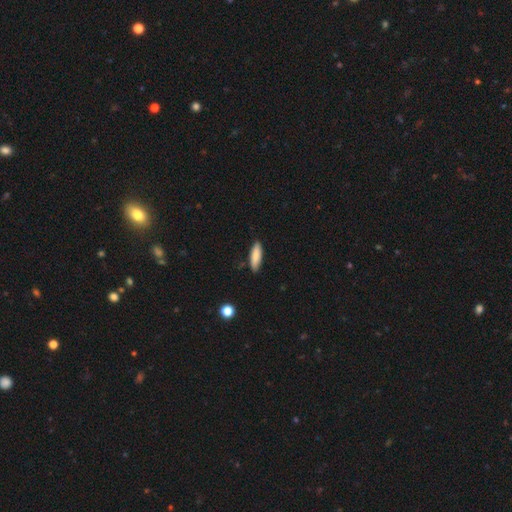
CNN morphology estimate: This is clearly a smooth galaxy (84%). How rounded: likely cigar-shaped (60%). Merging: clearly none (85%).